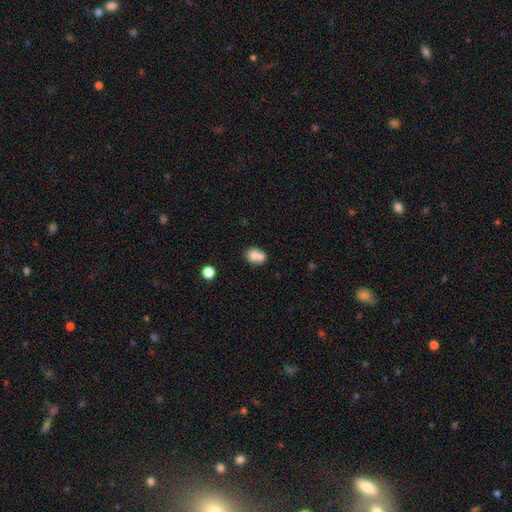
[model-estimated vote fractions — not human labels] This appears to be a smooth galaxy with no disk features (73%) that is round (55%). Merging: merger (54%).